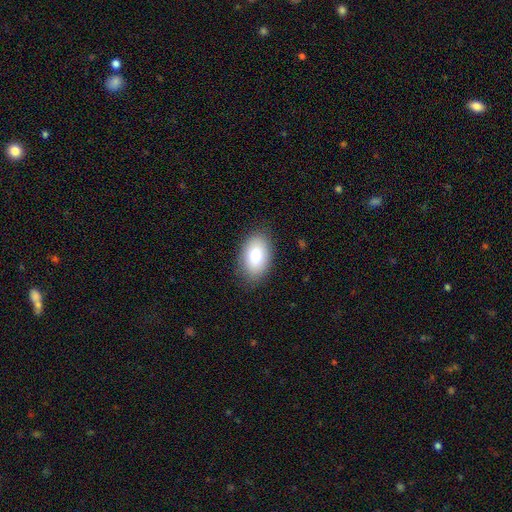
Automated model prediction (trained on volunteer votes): A smooth galaxy with no disk features (78%) that is in between round and cigar-shaped (91%). Merging: none (85%).